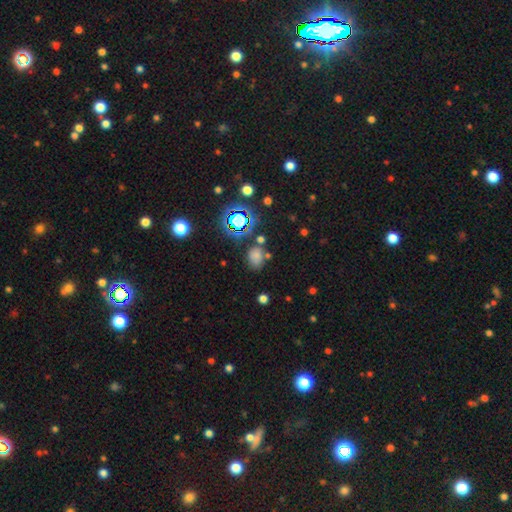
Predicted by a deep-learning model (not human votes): Smooth or featured? smooth (64%)
How rounded? in between (58%)
Merging? none (66%)